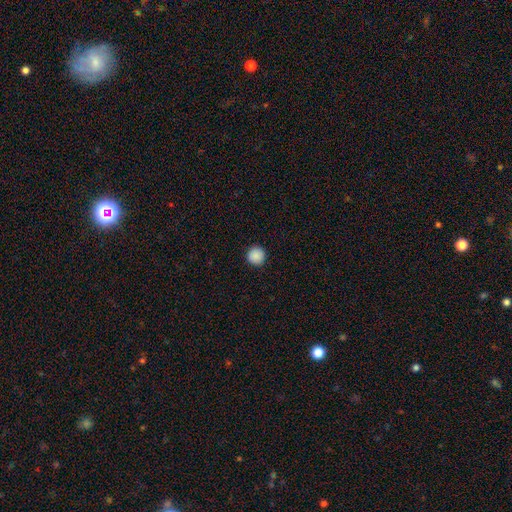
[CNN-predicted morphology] This appears to be a smooth galaxy with no disk features (89%) that is round (96%). Merging: none (93%).